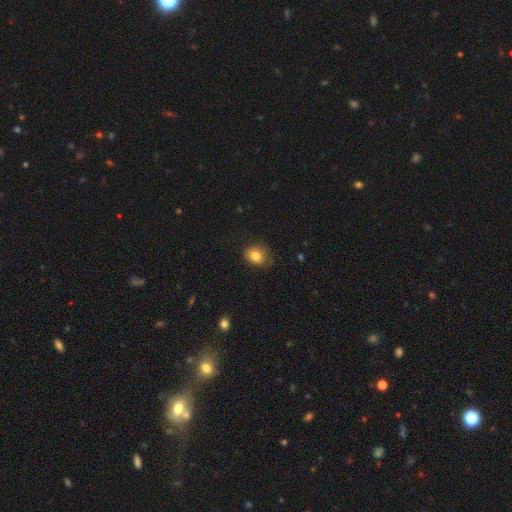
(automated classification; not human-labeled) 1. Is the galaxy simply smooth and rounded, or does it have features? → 81% smooth, 10% star or artifact, 9% featured or disk.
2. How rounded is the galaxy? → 50% in between, 49% round, 1% cigar-shaped.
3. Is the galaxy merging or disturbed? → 75% none, 19% minor disturbance, 4% major disturbance, 1% merger.